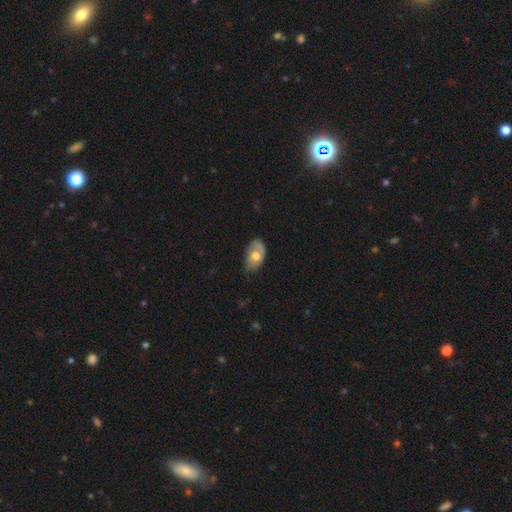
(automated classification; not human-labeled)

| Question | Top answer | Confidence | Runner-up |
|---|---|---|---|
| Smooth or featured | smooth | 59% | featured or disk (34%) |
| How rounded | in between | 88% | round (11%) |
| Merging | none | 45% | minor disturbance (38%) |